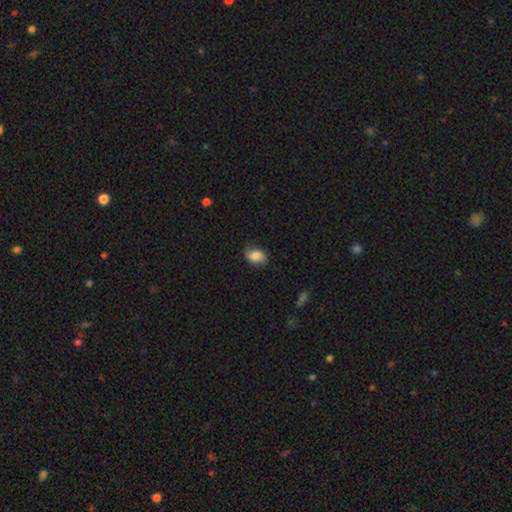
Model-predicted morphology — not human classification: Smooth or featured? smooth (78%)
How rounded? in between (80%)
Merging? none (74%)